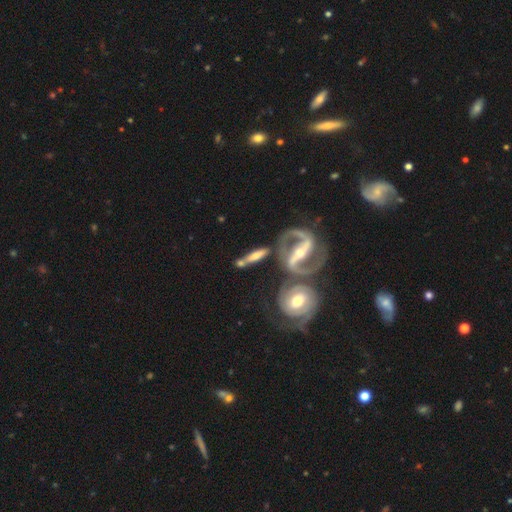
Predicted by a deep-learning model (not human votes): smooth_or_featured: featured or disk (p=0.65) [alt: smooth p=0.29]
disk_edge_on: no (p=0.61) [alt: yes p=0.39]
merging: none (p=0.58) [alt: merger p=0.21]